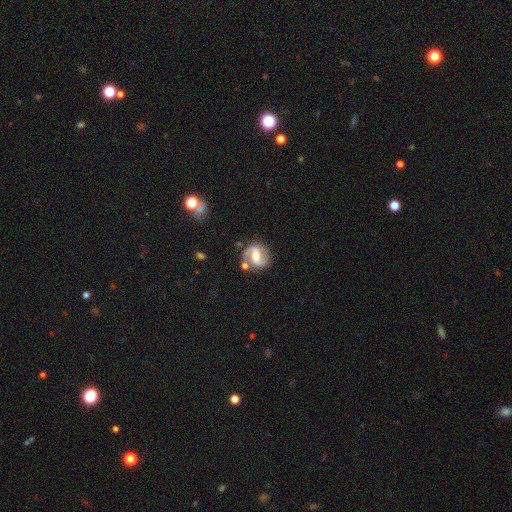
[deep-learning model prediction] smooth_or_featured: featured or disk (p=0.81) [alt: smooth p=0.13]
disk_edge_on: no (p=0.97) [alt: yes p=0.03]
bar: strong (p=0.42) [alt: weak p=0.40]
has_spiral_arms: yes (p=0.93) [alt: no p=0.07]
spiral_winding: medium (p=0.50) [alt: loose p=0.28]
spiral_arm_count: 2 (p=0.90) [alt: can't tell p=0.04]
bulge_size: moderate (p=0.62) [alt: small p=0.28]
merging: none (p=0.74) [alt: minor disturbance p=0.14]